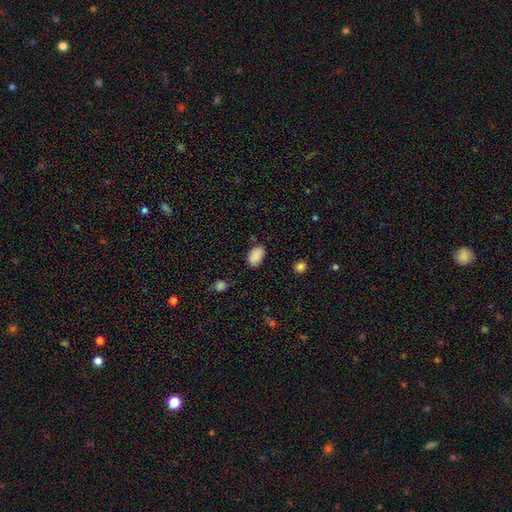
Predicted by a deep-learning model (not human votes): This is clearly a smooth galaxy (88%). How rounded: clearly in between (89%). Merging: likely none (78%).